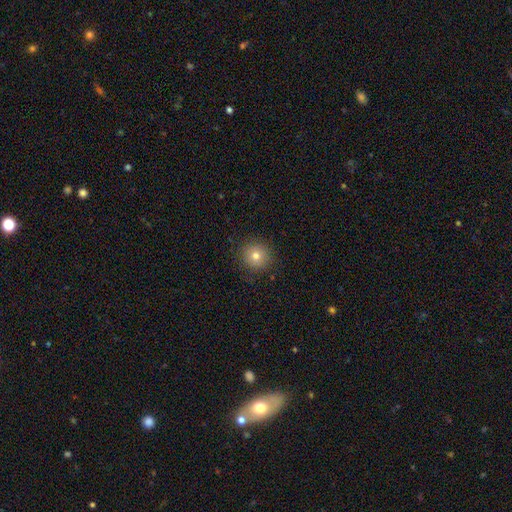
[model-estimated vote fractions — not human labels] Smooth or featured: smooth — 77% (star or artifact — 13%)
How rounded: round — 94% (in between — 5%)
Merging: none — 90% (minor disturbance — 7%)